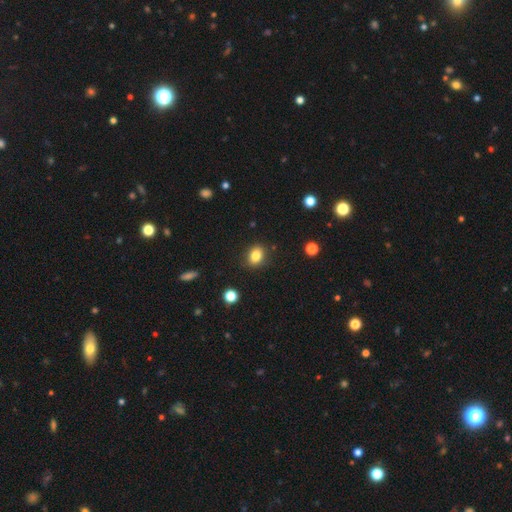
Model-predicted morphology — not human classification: A smooth galaxy with no disk features (83%) that is in between round and cigar-shaped (56%).

Vote fractions:
- Smooth or featured? smooth: 83% / star or artifact: 10% / featured or disk: 7%
- How rounded? in between: 56% / round: 43% / cigar-shaped: 1%
- Merging? none: 86% / minor disturbance: 10% / major disturbance: 3% / merger: 2%